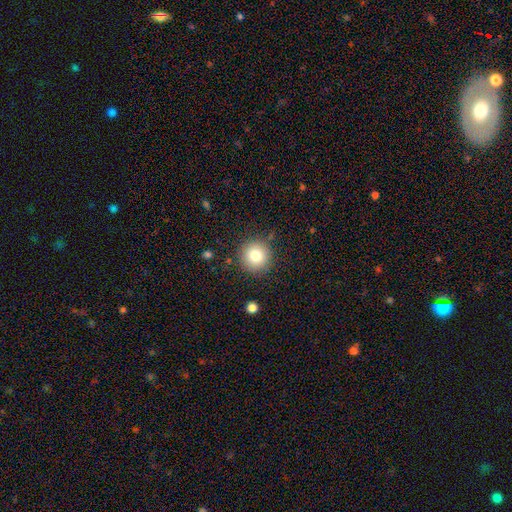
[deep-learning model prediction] Overall: smooth (79%). How rounded: round (95%). Merging: none (87%).